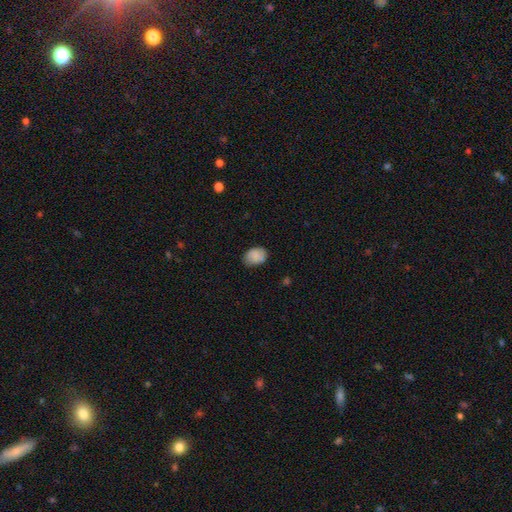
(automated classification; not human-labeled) Overall: smooth (84%). How rounded: in between (73%). Merging: none (74%).